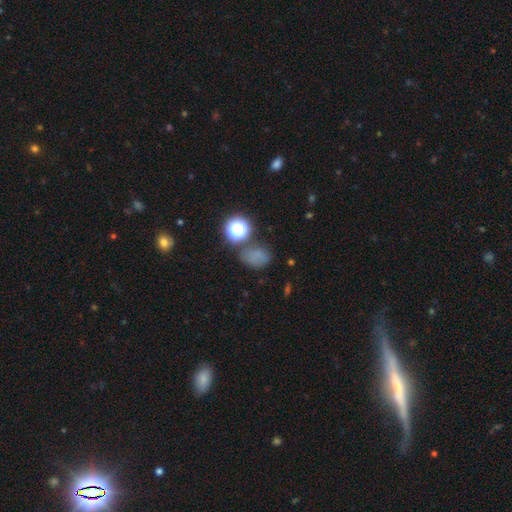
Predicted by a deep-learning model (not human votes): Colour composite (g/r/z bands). It shows a smooth galaxy with no disk features (63%) that is in between round and cigar-shaped (58%). Merging: none (63%).